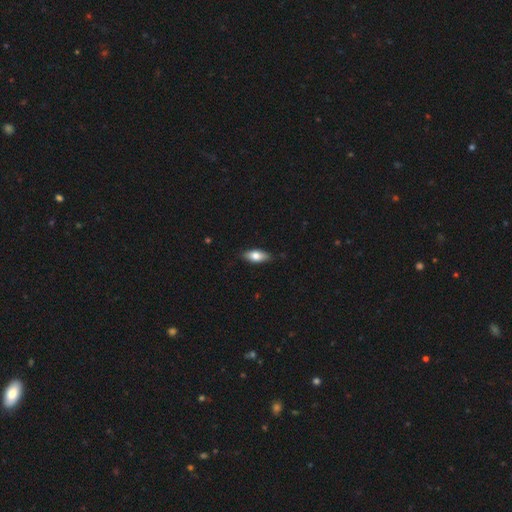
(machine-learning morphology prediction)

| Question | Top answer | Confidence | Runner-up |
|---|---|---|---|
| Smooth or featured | smooth | 71% | featured or disk (23%) |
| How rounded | in between | 78% | cigar-shaped (18%) |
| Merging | none | 85% | minor disturbance (12%) |